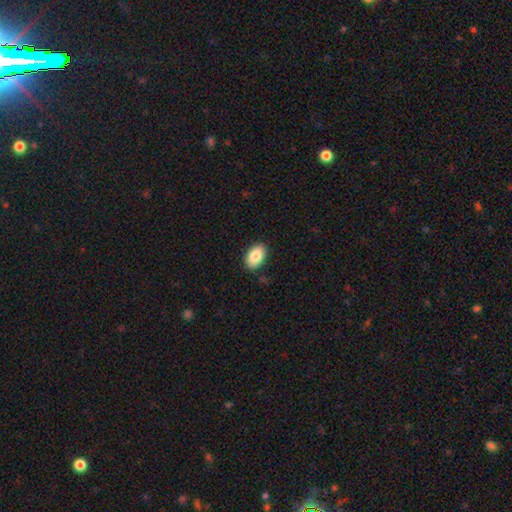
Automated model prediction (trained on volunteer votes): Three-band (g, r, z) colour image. It shows a smooth galaxy with no disk features (86%) that is in between round and cigar-shaped (92%). Merging: none (87%).